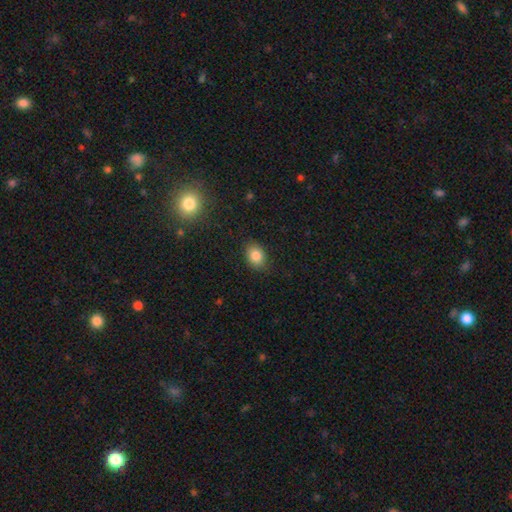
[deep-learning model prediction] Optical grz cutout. It shows a smooth galaxy with no disk features (84%) that is in between round and cigar-shaped (67%). Merging: none (85%).